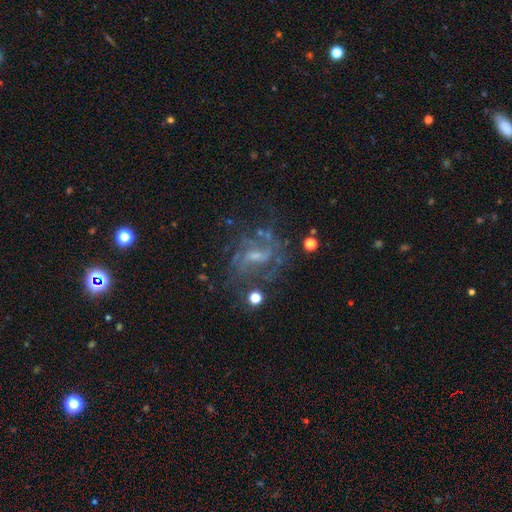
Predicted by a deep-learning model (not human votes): Q: Smooth or featured?
A: featured or disk (76%); runner-up: star or artifact (13%)
Q: Edge-on disk?
A: no (97%); runner-up: yes (3%)
Q: Bar?
A: weak (53%); runner-up: no (31%)
Q: Spiral arms?
A: yes (81%); runner-up: no (19%)
Q: Spiral winding?
A: medium (46%); runner-up: tight (28%)
Q: Spiral arm count?
A: can't tell (38%); runner-up: 2 (33%)
Q: Bulge size?
A: small (48%); runner-up: moderate (31%)
Q: Merging?
A: none (59%); runner-up: major disturbance (19%)